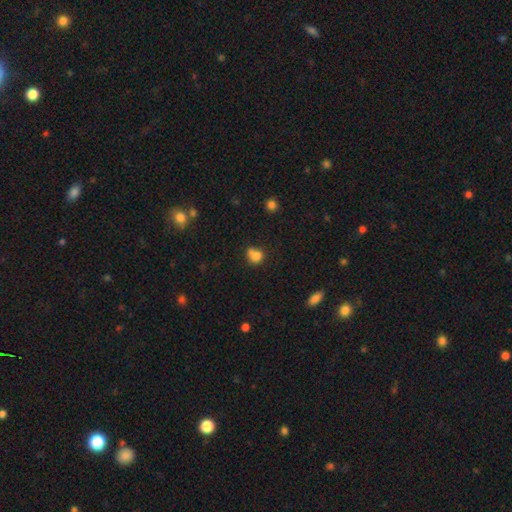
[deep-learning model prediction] Smooth or featured?
  - smooth: 77% *
  - star or artifact: 12%
  - featured or disk: 11%
How rounded?
  - round: 69% *
  - in between: 30%
  - cigar-shaped: 1%
Merging?
  - none: 38% *
  - merger: 37%
  - minor disturbance: 17%
  - major disturbance: 7%